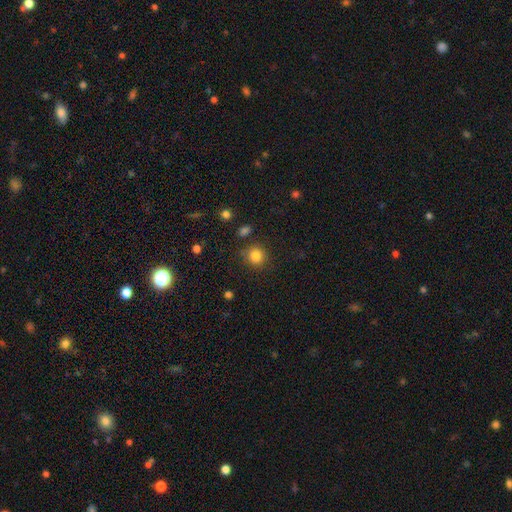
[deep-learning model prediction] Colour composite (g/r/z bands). It shows a smooth galaxy with no disk features (84%) that is round (88%). Merging: none (81%).